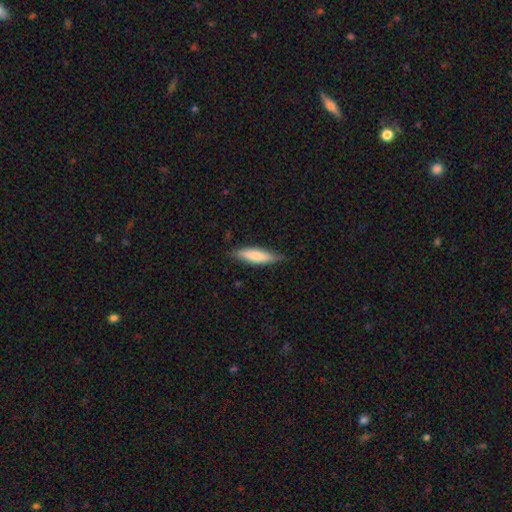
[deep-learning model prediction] smooth_or_featured: smooth (p=0.75) [alt: featured or disk p=0.19]
how_rounded: cigar-shaped (p=0.71) [alt: in between p=0.28]
merging: none (p=0.81) [alt: minor disturbance p=0.15]